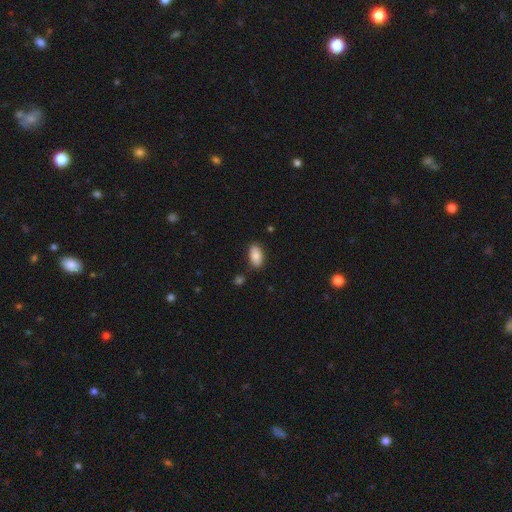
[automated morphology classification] Smooth or featured?
  - smooth: 86% *
  - featured or disk: 7%
  - star or artifact: 7%
How rounded?
  - in between: 93% *
  - cigar-shaped: 3%
  - round: 3%
Merging?
  - none: 84% *
  - minor disturbance: 11%
  - merger: 3%
  - major disturbance: 2%